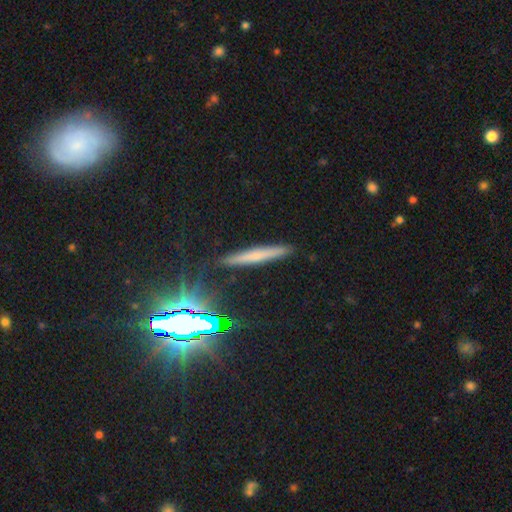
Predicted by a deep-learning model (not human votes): Smooth or featured?
  - smooth: 53% *
  - featured or disk: 31%
  - star or artifact: 16%
How rounded?
  - cigar-shaped: 94% *
  - in between: 4%
  - round: 2%
Merging?
  - none: 89% *
  - minor disturbance: 8%
  - major disturbance: 2%
  - merger: 2%